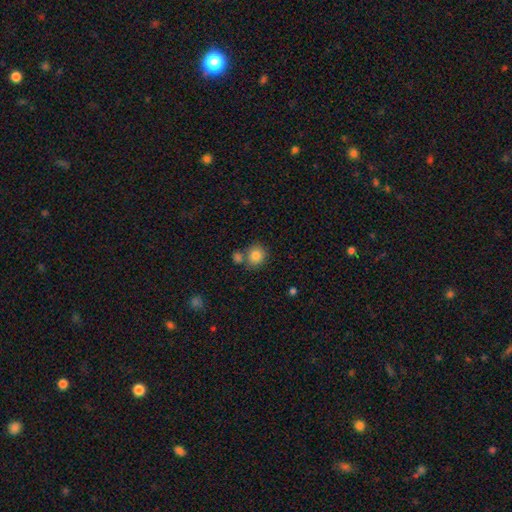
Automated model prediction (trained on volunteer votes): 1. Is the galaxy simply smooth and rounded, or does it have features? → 83% smooth, 10% star or artifact, 7% featured or disk.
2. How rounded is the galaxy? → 85% round, 15% in between, 1% cigar-shaped.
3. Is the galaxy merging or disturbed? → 64% none, 23% merger, 10% minor disturbance, 3% major disturbance.